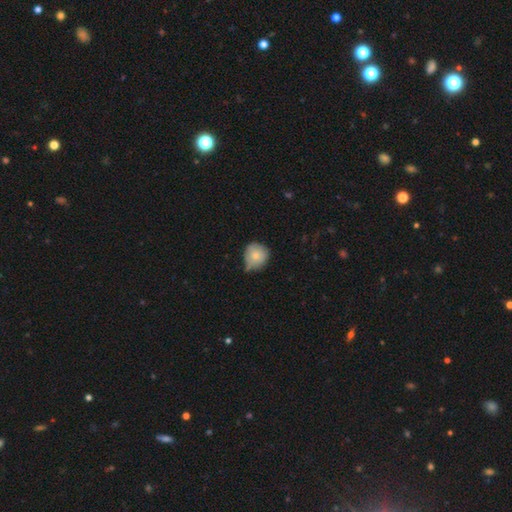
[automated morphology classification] smooth 78%, featured or disk 14%, star or artifact 8%. Down the decision tree: how rounded — round (90%); merging — none (52%).